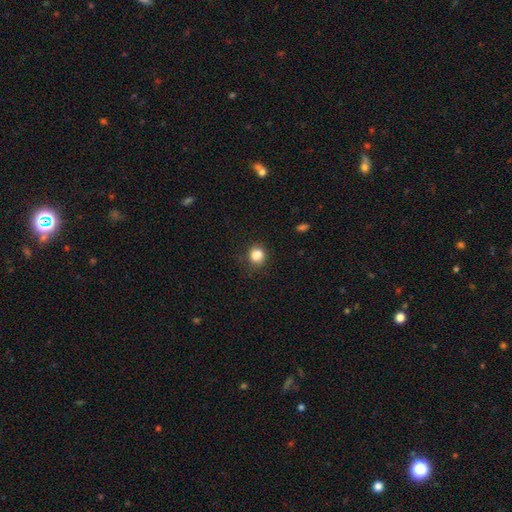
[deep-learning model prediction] Smooth or featured: smooth — 84% (star or artifact — 11%)
How rounded: round — 67% (in between — 32%)
Merging: none — 71% (minor disturbance — 19%)